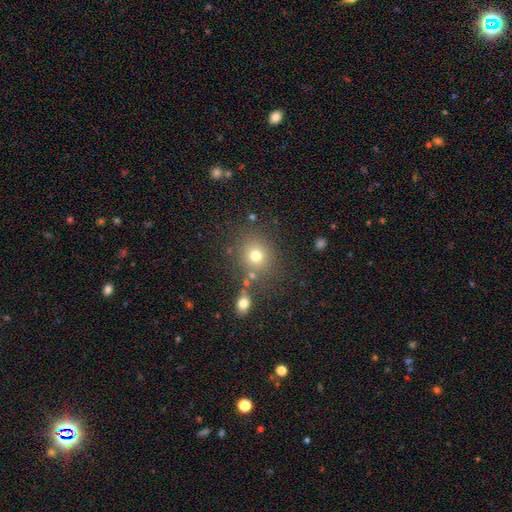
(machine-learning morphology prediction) This is likely a smooth galaxy (74%). How rounded: clearly round (84%). Merging: likely none (75%).